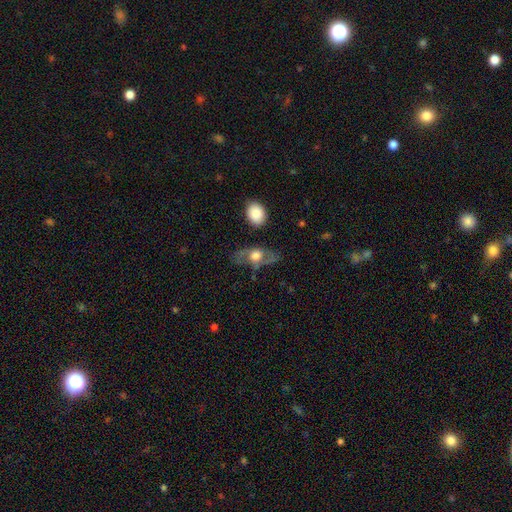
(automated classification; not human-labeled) Q: Smooth or featured?
A: featured or disk (53%); runner-up: smooth (39%)
Q: Edge-on disk?
A: no (67%); runner-up: yes (33%)
Q: Merging?
A: none (61%); runner-up: minor disturbance (19%)